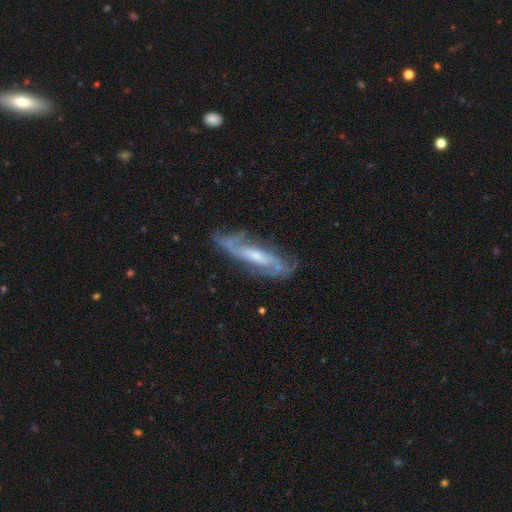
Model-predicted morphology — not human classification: This appears to be a featured or disk galaxy (83%) with a weak bar (42%), 2 (68%) medium (46%) spiral arms (94%) and a moderate central bulge (42%). Merging: none (72%).